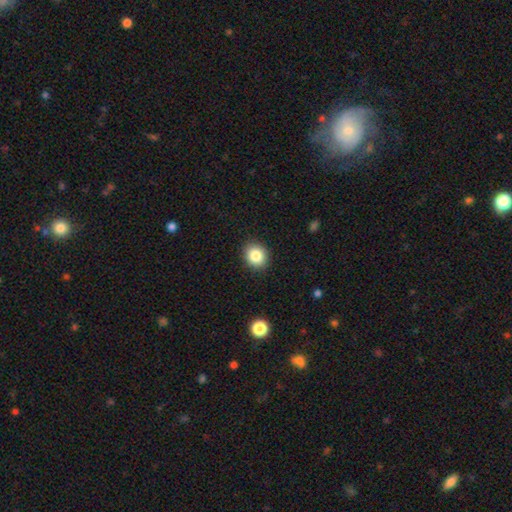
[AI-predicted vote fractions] This is clearly a smooth galaxy (85%). How rounded: likely round (71%). Merging: clearly none (90%).